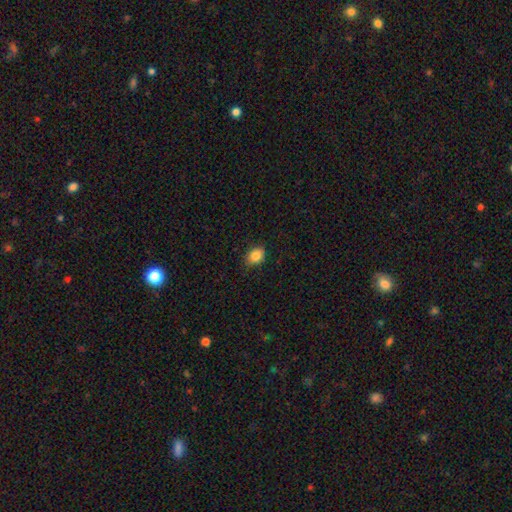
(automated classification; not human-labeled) smooth_or_featured: smooth (p=0.85) [alt: star or artifact p=0.09]
how_rounded: in between (p=0.58) [alt: round p=0.41]
merging: none (p=0.79) [alt: minor disturbance p=0.17]